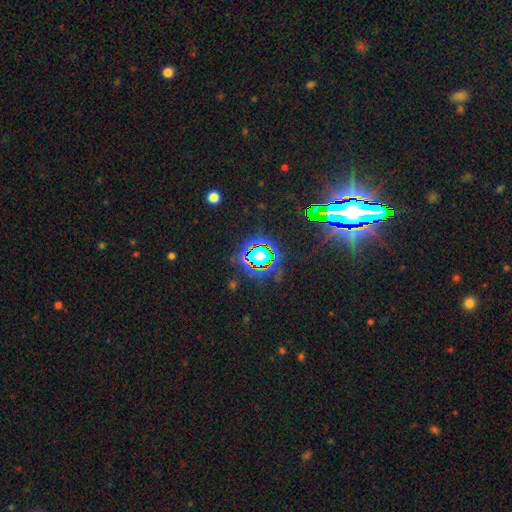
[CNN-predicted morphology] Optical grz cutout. It shows a star or artifact, not a galaxy (84%).